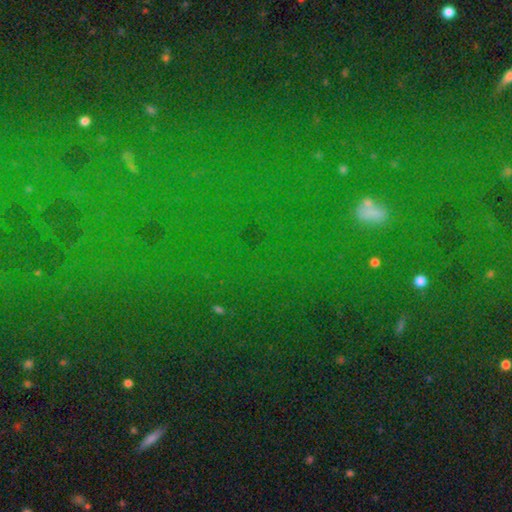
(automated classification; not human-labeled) Smooth or featured: star or artifact — 78% (smooth — 15%)